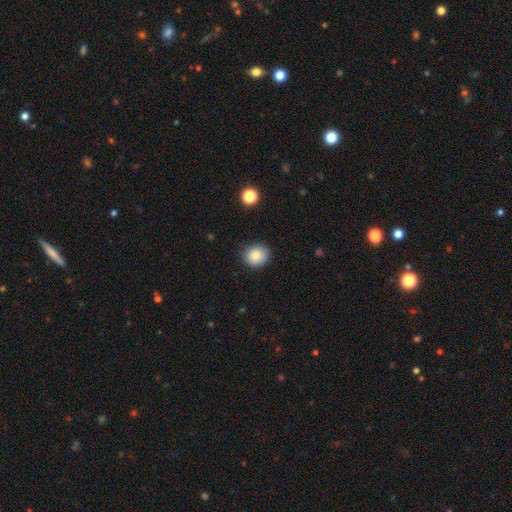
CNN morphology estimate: smooth_or_featured: smooth (p=0.83) [alt: star or artifact p=0.09]
how_rounded: round (p=0.74) [alt: in between p=0.25]
merging: none (p=0.85) [alt: minor disturbance p=0.11]